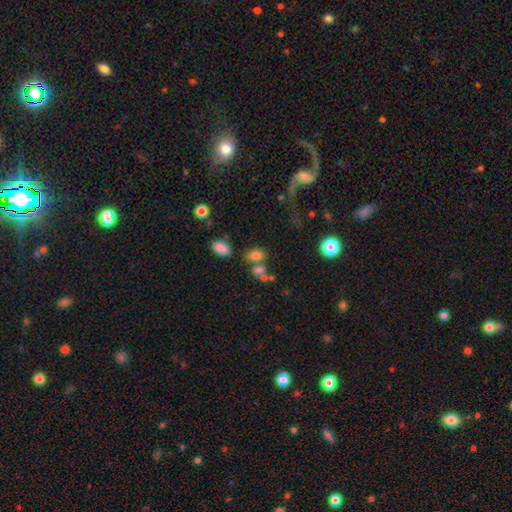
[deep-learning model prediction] Smooth or featured? Predicted: smooth (p=0.76). How rounded? Predicted: in between (p=0.72). Merging? Predicted: none (p=0.49).